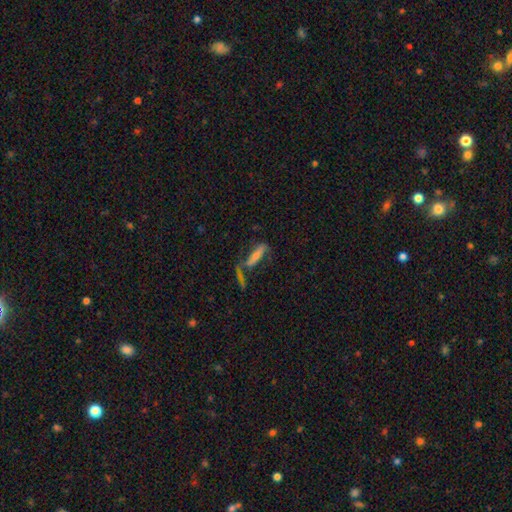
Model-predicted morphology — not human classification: Smooth or featured?
  - featured or disk: 51% *
  - smooth: 35%
  - star or artifact: 14%
Edge-on disk?
  - yes: 60% *
  - no: 40%
Merging?
  - none: 41% *
  - merger: 28%
  - major disturbance: 16%
  - minor disturbance: 15%